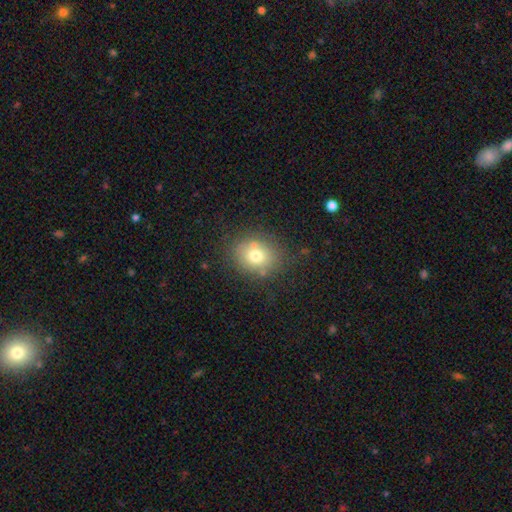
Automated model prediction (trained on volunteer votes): The model was most divided on "how rounded": round: 67%, in between: 32%, cigar-shaped: 1%. More confident: merging — none (75%); smooth or featured — smooth (73%).